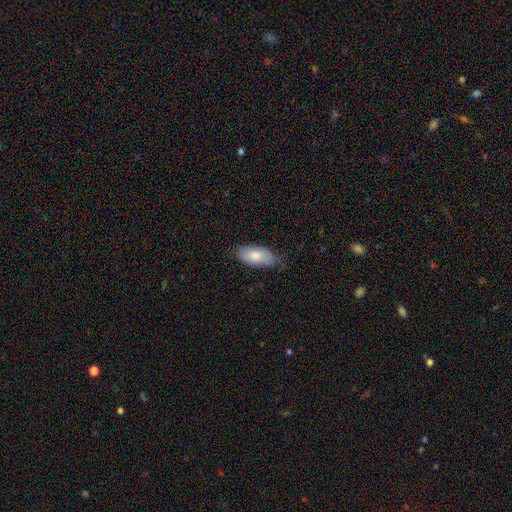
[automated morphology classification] Smooth or featured? smooth (82%)
How rounded? in between (91%)
Merging? none (68%)